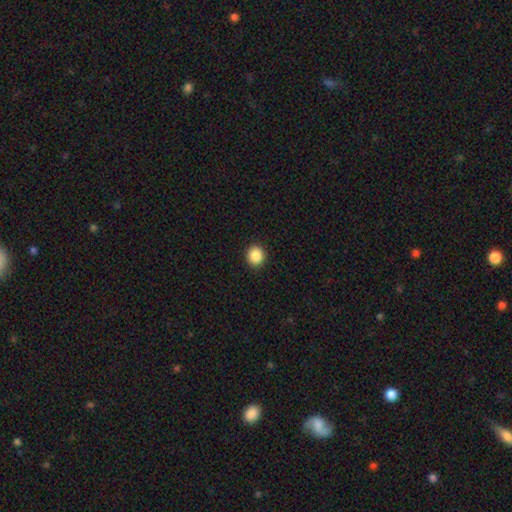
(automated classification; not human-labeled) A smooth galaxy with no disk features (88%) that is round (88%). Merging: none (92%).